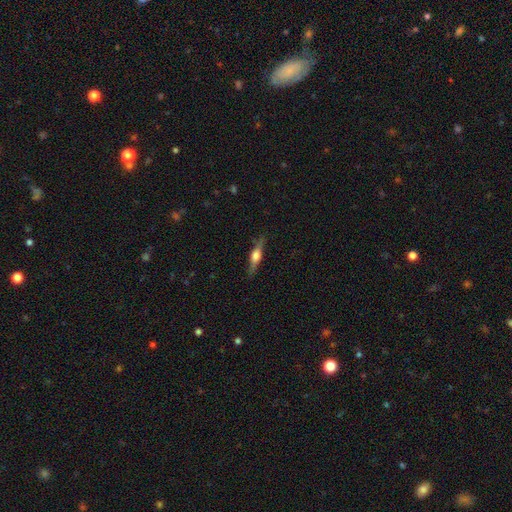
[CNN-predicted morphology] smooth-or-featured: featured or disk: 71% | smooth: 22% | star or artifact: 6%
  disk-edge-on: yes: 97% | no: 3%
    edge-on-bulge: rounded: 88% | boxy: 10% | none: 2%
  merging: none: 86% | minor disturbance: 11% | major disturbance: 2% | merger: 1%